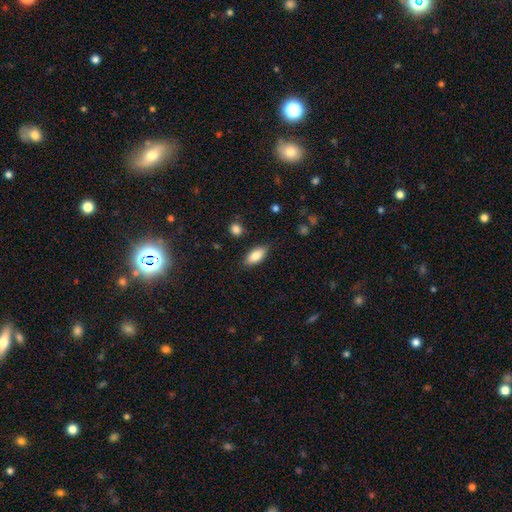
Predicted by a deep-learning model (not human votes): This appears to be a smooth galaxy with no disk features (82%) that is in between round and cigar-shaped (84%). Merging: none (84%).